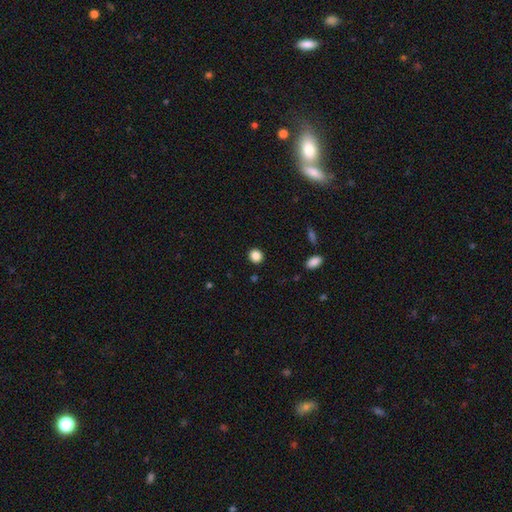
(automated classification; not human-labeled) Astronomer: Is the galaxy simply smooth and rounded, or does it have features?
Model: smooth — 87%.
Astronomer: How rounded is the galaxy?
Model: round — 82%.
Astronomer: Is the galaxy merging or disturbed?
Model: none — 91%.